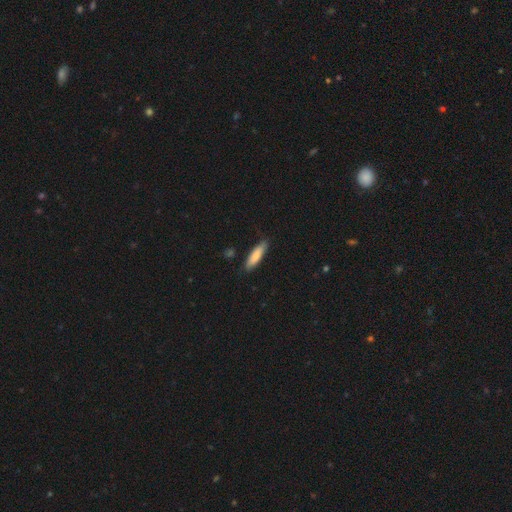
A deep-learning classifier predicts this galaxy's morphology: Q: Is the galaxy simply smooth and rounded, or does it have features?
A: smooth — 82%.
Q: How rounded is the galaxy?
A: cigar-shaped — 65%.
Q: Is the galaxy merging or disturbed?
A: none — 85%.